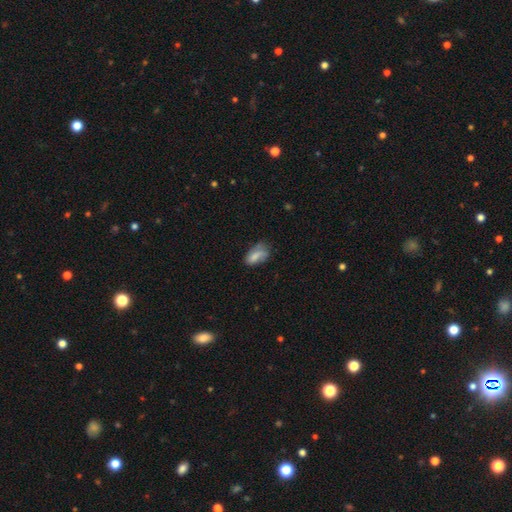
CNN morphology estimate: Smooth or featured? smooth (73%)
How rounded? in between (90%)
Merging? none (45%)